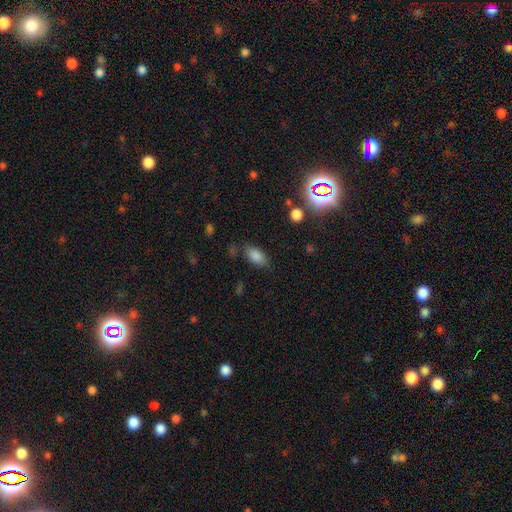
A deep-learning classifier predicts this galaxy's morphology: A smooth galaxy with no disk features (83%) that is in between round and cigar-shaped (88%). Merging: none (76%).